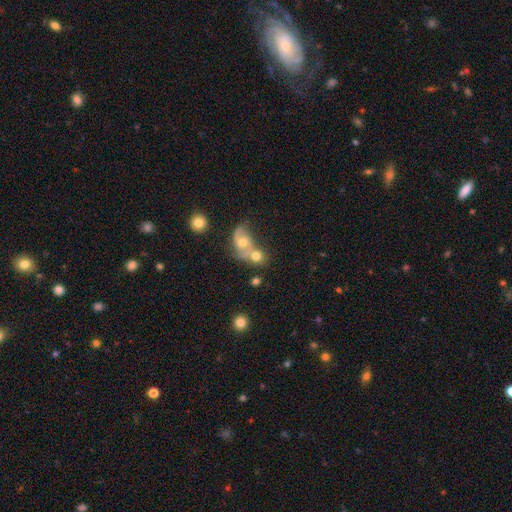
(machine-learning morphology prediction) smooth-or-featured: smooth: 61% | featured or disk: 28% | star or artifact: 11%
  how-rounded: round: 60% | in between: 39% | cigar-shaped: 2%
  merging: merger: 52% | none: 32% | minor disturbance: 10% | major disturbance: 6%